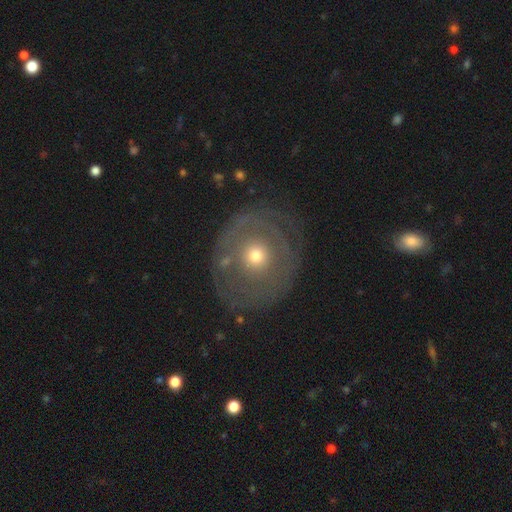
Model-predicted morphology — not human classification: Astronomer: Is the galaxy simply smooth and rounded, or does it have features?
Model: featured or disk — 58% (runner-up: smooth, 34%).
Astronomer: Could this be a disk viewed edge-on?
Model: no — 95%.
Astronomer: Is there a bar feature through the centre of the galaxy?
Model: no — 90%.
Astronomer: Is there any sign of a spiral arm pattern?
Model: no — 64%.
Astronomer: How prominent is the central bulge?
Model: small — 48% (runner-up: moderate, 45%).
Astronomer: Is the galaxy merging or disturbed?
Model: none — 72%.